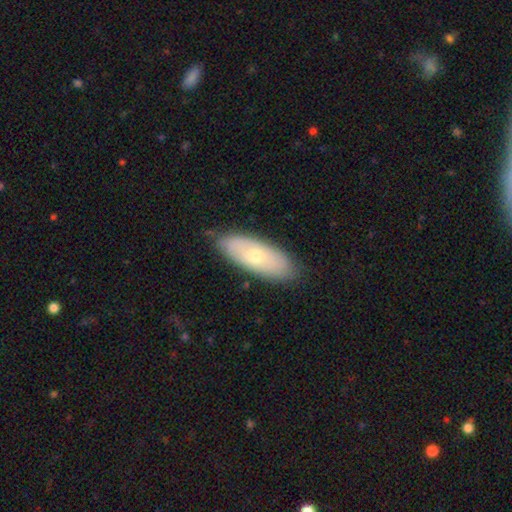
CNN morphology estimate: This is possibly a smooth galaxy (59%). How rounded: likely in between (77%). Merging: likely none (79%).